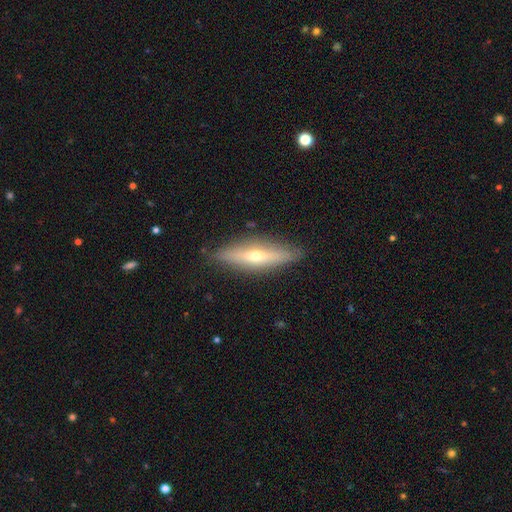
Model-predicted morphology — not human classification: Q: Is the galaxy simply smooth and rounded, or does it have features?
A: featured or disk — 63%.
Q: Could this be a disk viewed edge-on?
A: yes — 88%.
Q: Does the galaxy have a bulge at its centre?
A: rounded — 88%.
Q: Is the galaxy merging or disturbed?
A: none — 86%.